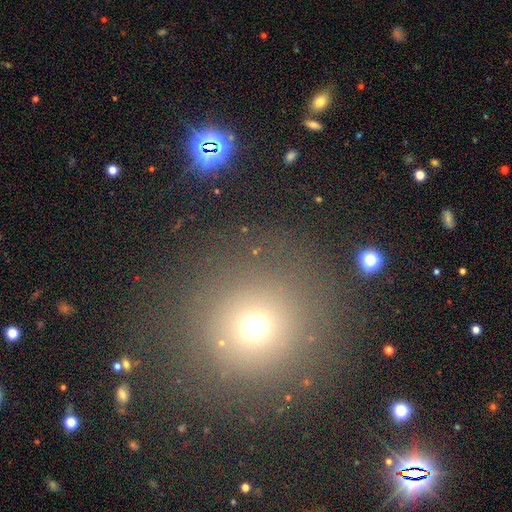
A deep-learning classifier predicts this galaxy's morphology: This appears to be a smooth galaxy with no disk features (58%) that is round (94%). Merging: none (86%).